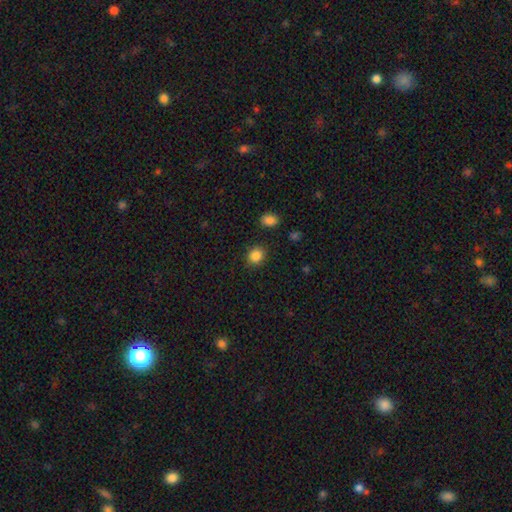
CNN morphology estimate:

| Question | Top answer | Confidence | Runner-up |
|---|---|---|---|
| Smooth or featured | smooth | 86% | star or artifact (10%) |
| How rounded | round | 68% | in between (31%) |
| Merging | none | 87% | minor disturbance (8%) |